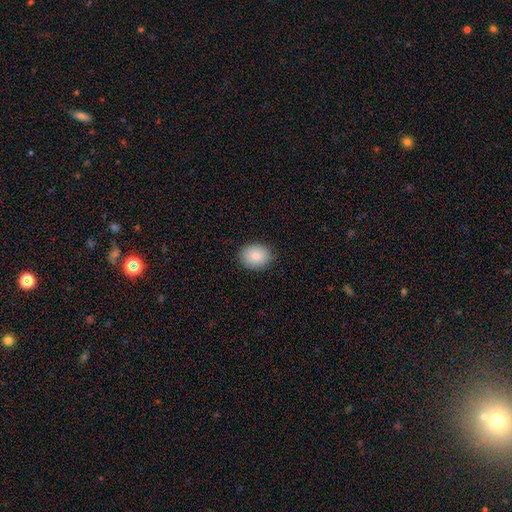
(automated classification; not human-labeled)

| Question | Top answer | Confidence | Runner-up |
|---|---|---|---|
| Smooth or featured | smooth | 87% | star or artifact (7%) |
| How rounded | in between | 57% | round (42%) |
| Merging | none | 87% | minor disturbance (10%) |